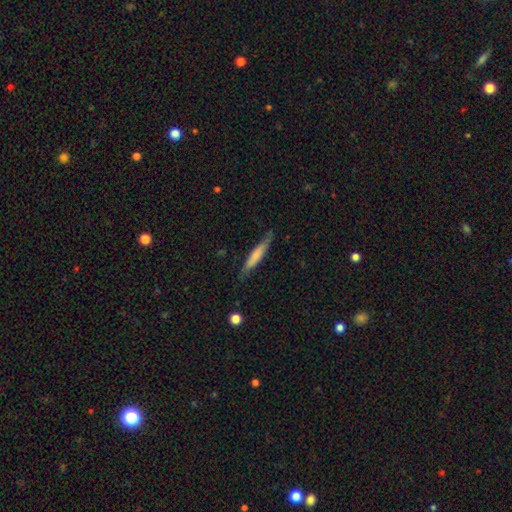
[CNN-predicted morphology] Smooth or featured? Predicted: smooth (p=0.63). How rounded? Predicted: cigar-shaped (p=0.90). Merging? Predicted: none (p=0.74).